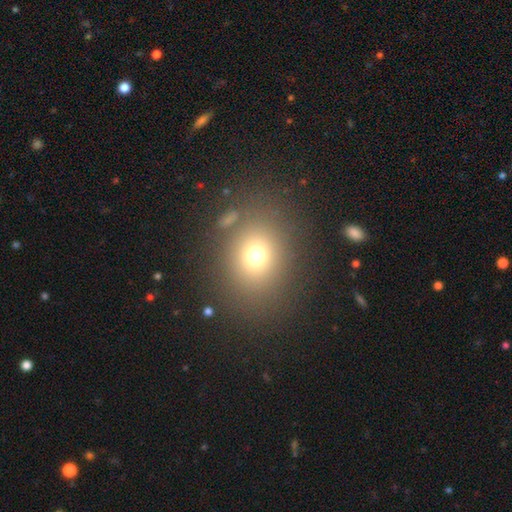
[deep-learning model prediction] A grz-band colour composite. It shows a smooth galaxy with no disk features (71%) that is round (60%). Merging: none (79%).